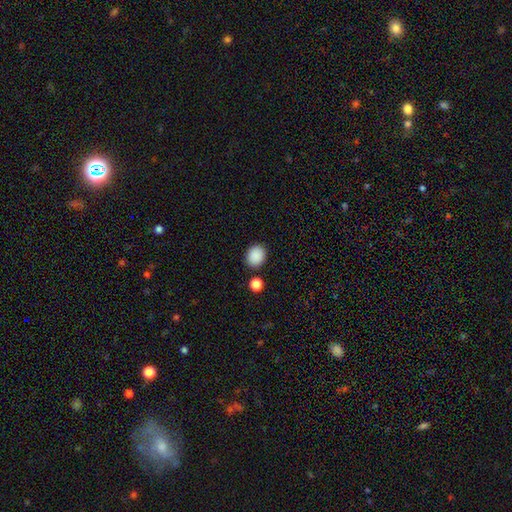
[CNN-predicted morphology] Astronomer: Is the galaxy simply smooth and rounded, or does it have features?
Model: smooth — 89%.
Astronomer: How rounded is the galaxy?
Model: round — 56% (runner-up: in between, 43%).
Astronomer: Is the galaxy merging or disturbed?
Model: none — 85%.